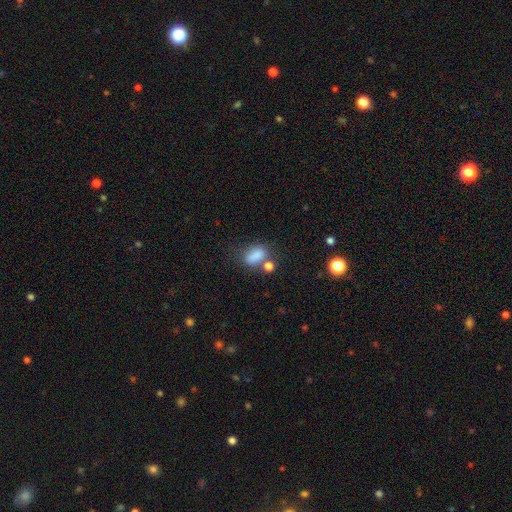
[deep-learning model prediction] smooth 81%, star or artifact 11%, featured or disk 8%. Down the decision tree: how rounded — in between (82%); merging — none (45%).